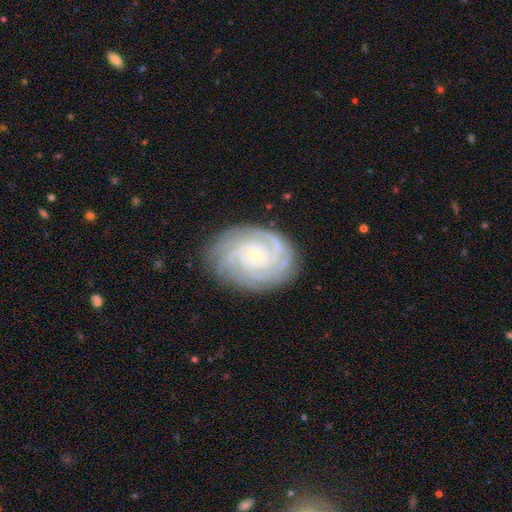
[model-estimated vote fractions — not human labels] Smooth or featured? Predicted: featured or disk (p=0.89). Edge-on disk? Predicted: no (p=0.98). Bar? Predicted: no (p=0.78). Spiral arms? Predicted: yes (p=0.98). Spiral winding? Predicted: tight (p=0.83). Spiral arm count? Predicted: 3 (p=0.25). Bulge size? Predicted: small (p=0.84). Merging? Predicted: none (p=0.82).